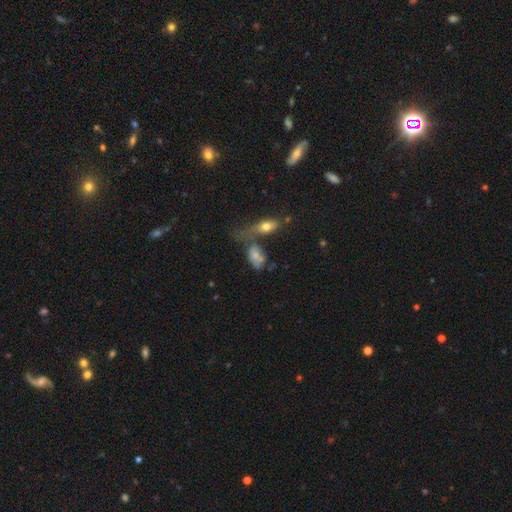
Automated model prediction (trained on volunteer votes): A smooth galaxy with no disk features (66%) that is in between round and cigar-shaped (86%). Merging: merger (36%).